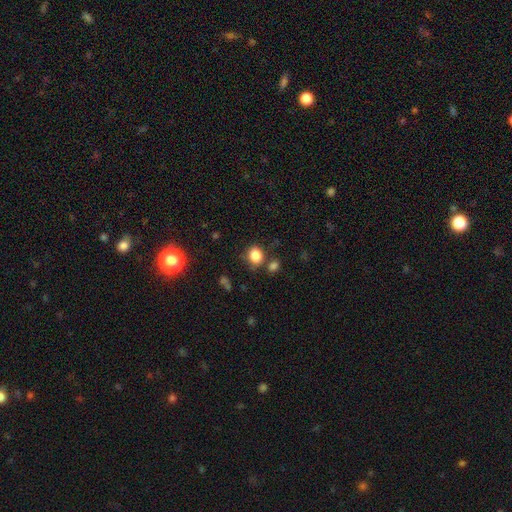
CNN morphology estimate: type=smooth (84%); roundness=round (57%); merging=none (71%).